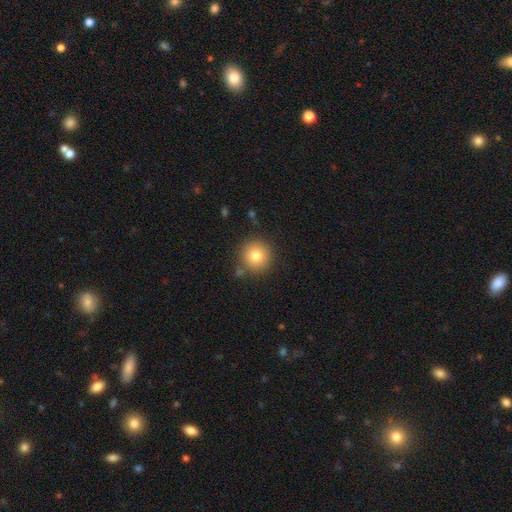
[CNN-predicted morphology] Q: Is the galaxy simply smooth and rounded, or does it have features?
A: smooth — 79%.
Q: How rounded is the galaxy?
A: round — 95%.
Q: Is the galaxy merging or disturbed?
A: none — 84%.